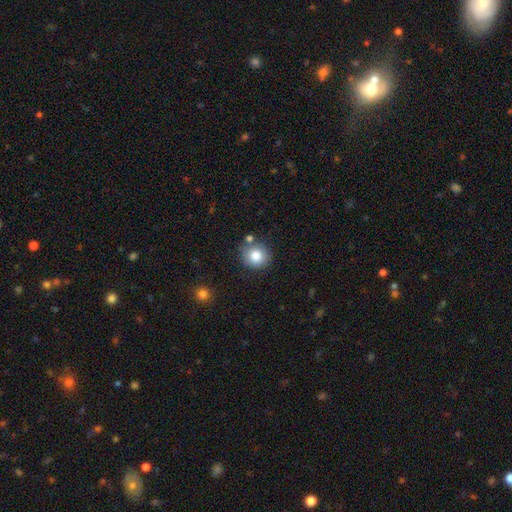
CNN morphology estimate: Smooth or featured? smooth (80%)
How rounded? round (89%)
Merging? none (77%)